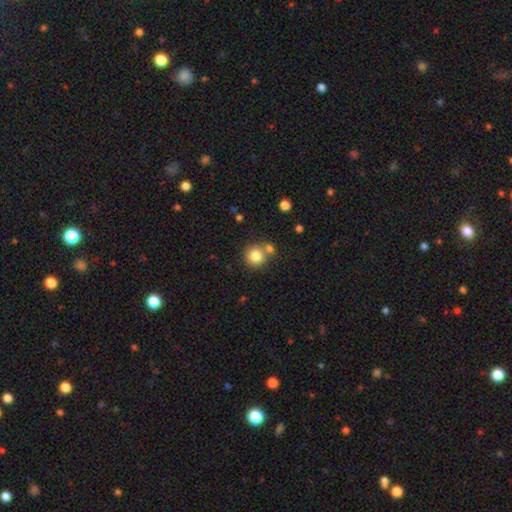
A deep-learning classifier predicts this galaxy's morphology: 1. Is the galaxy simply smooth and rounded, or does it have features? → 81% smooth, 10% star or artifact, 8% featured or disk.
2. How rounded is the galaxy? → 91% round, 8% in between, 1% cigar-shaped.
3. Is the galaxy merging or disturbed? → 62% none, 26% merger, 9% minor disturbance, 3% major disturbance.